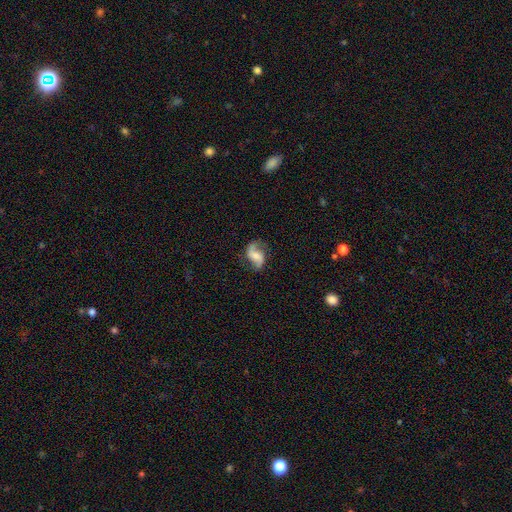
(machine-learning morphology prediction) type=featured or disk (78%); edge-on=no (97%); bar=no (41%, tied with weak); spiral arms=yes (95%); winding=loose (62%); arm count=2 (91%); bulge=moderate (40%); merging=none (73%).